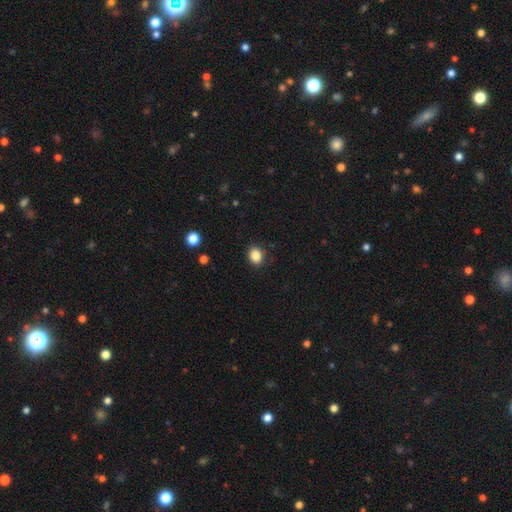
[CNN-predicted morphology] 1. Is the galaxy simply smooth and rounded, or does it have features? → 86% smooth, 10% star or artifact, 4% featured or disk.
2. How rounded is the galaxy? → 59% round, 40% in between, 1% cigar-shaped.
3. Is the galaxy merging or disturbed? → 88% none, 9% minor disturbance, 2% major disturbance, 1% merger.